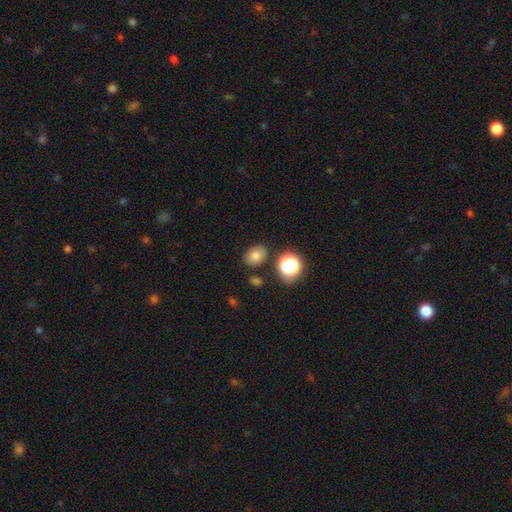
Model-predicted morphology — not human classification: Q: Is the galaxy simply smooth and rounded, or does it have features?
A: smooth — 75%.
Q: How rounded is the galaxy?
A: in between — 61%.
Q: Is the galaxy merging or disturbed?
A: none — 81%.